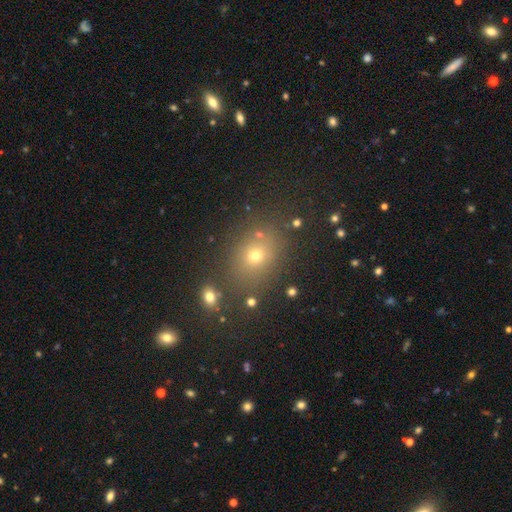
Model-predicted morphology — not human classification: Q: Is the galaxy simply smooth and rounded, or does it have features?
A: smooth — 64%.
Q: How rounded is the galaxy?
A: round — 51%.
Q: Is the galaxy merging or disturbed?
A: none — 77%.